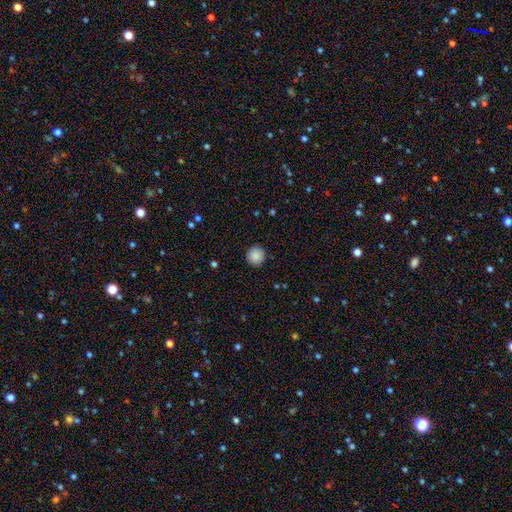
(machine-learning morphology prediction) The model was most divided on "smooth or featured": smooth: 88%, star or artifact: 8%, featured or disk: 4%. More confident: how rounded — round (94%); merging — none (91%).